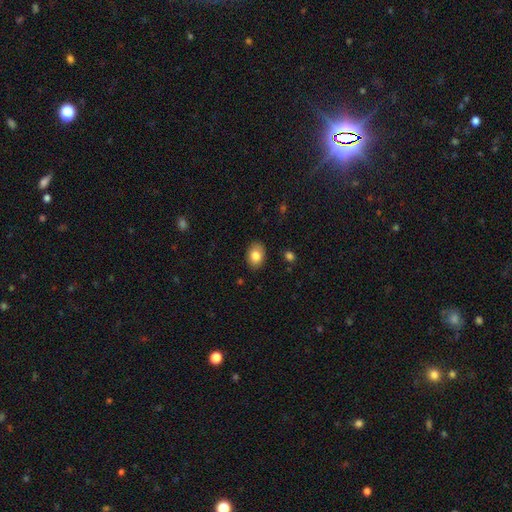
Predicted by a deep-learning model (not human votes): Smooth or featured?
  - smooth: 83% *
  - featured or disk: 9%
  - star or artifact: 8%
How rounded?
  - in between: 80% *
  - round: 19%
  - cigar-shaped: 1%
Merging?
  - none: 87% *
  - minor disturbance: 10%
  - major disturbance: 2%
  - merger: 1%